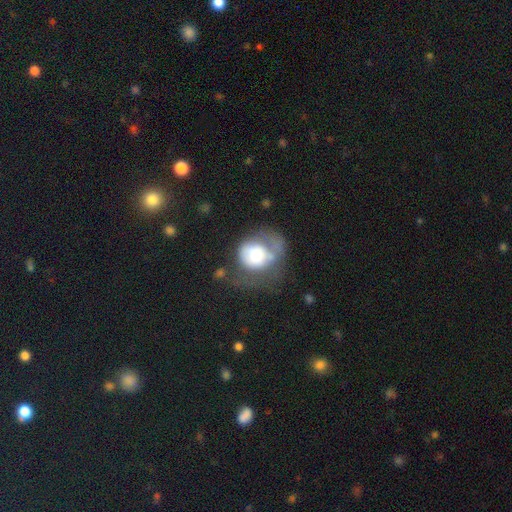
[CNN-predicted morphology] The model was most divided on "smooth or featured": smooth: 57%, featured or disk: 35%, star or artifact: 8%. Remaining: how rounded — round (66%); merging — major disturbance (46%).